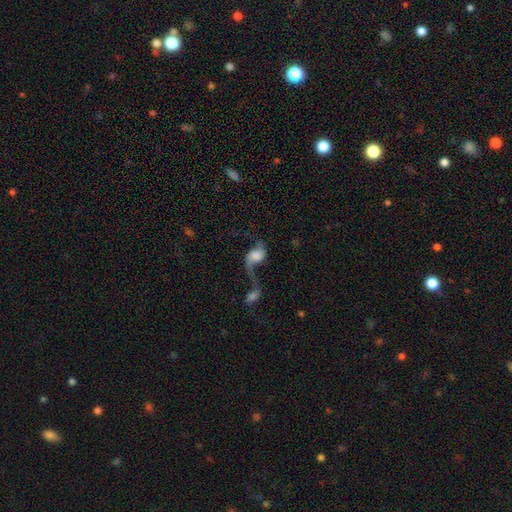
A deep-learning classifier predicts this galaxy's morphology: A featured or disk galaxy (64%) with no bar (59%), 2 (75%) loose (86%) spiral arms (84%) and a large central bulge (31%). Merging: merger (59%).